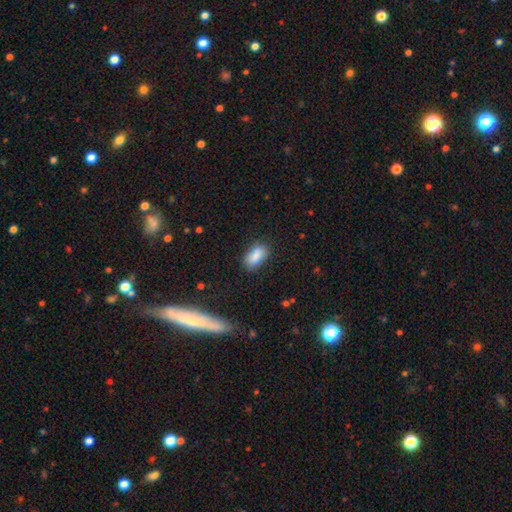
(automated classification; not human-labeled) smooth 85%, star or artifact 8%, featured or disk 7%. Down the decision tree: how rounded — in between (91%); merging — none (77%).